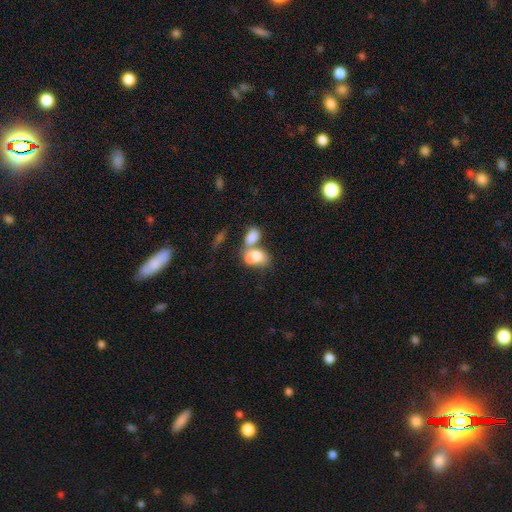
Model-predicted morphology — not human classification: Smooth or featured? Predicted: smooth (p=0.75). How rounded? Predicted: in between (p=0.81). Merging? Predicted: merger (p=0.66).